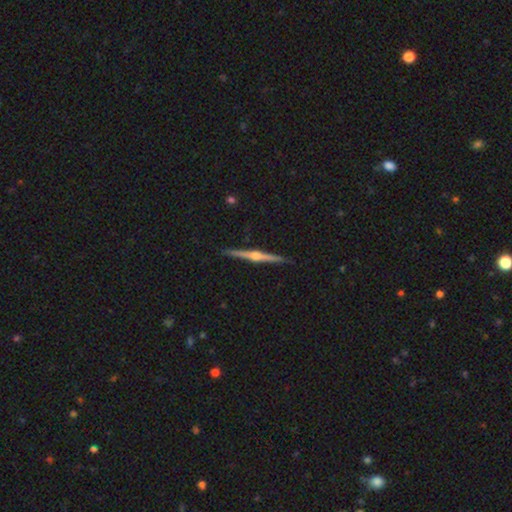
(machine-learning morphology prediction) Smooth or featured? featured or disk (84%)
Edge-on disk? yes (99%)
Edge-on bulge? rounded (92%)
Merging? none (92%)